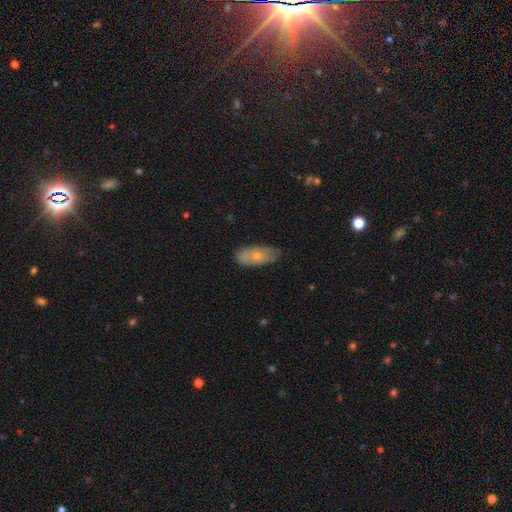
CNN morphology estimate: type=smooth (62%); roundness=in between (85%); merging=none (69%).